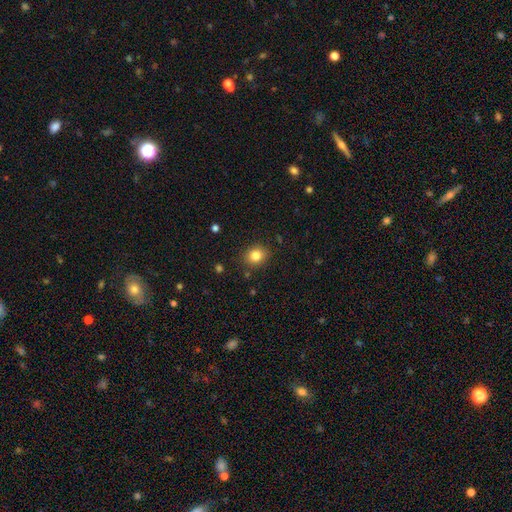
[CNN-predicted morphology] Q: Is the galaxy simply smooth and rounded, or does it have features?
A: smooth — 82%.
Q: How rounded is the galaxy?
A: round — 69%.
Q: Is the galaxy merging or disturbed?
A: none — 88%.